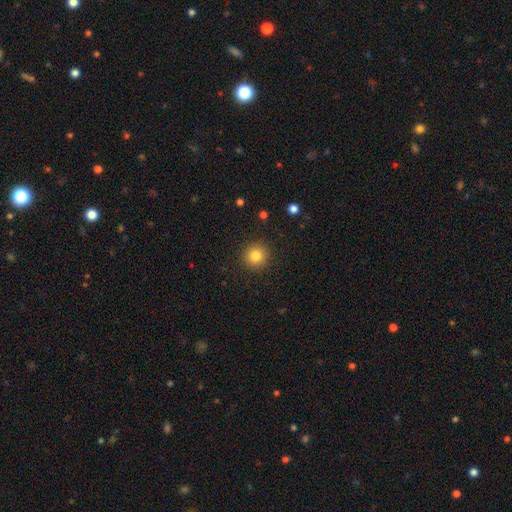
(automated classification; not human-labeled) Smooth or featured? smooth (82%)
How rounded? round (94%)
Merging? none (91%)